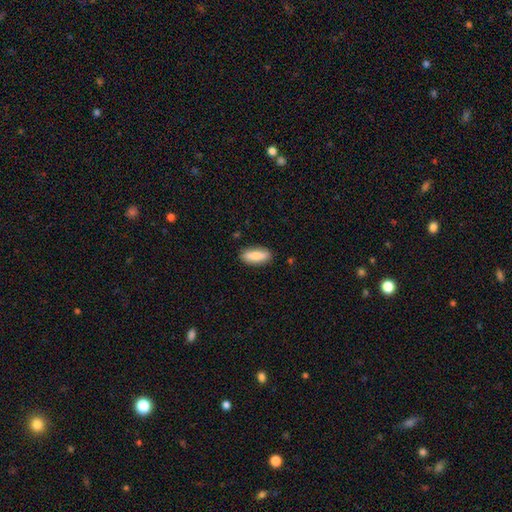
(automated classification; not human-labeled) smooth 81%, featured or disk 13%, star or artifact 6%. Down the decision tree: how rounded — in between (77%); merging — none (86%).